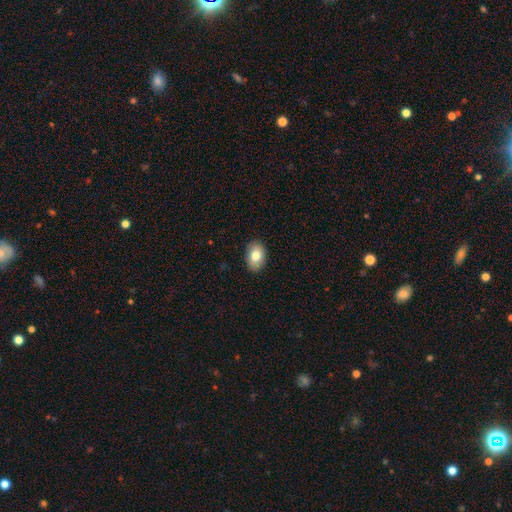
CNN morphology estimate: Smooth or featured: smooth — 80% (featured or disk — 12%)
How rounded: in between — 86% (round — 13%)
Merging: none — 89% (minor disturbance — 8%)